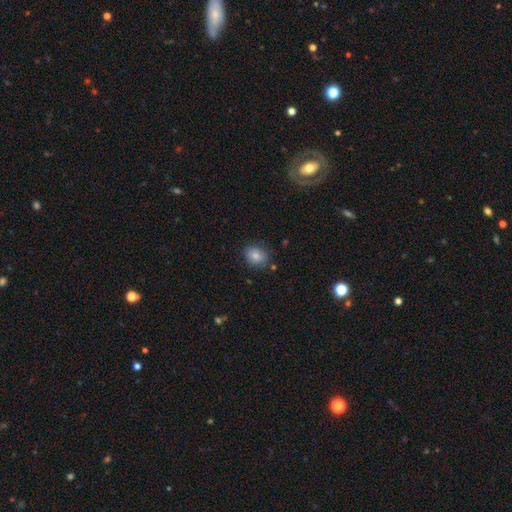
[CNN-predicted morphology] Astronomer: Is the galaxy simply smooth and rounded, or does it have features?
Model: smooth — 83%.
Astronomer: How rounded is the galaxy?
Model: round — 53% (runner-up: in between, 46%).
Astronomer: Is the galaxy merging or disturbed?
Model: none — 81%.